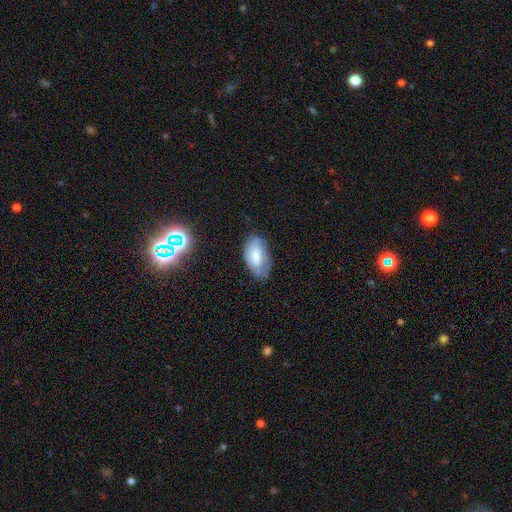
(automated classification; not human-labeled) The model was most divided on "merging": none: 59%, minor disturbance: 30%, major disturbance: 9%, merger: 2%. More confident: how rounded — in between (94%); smooth or featured — smooth (64%).